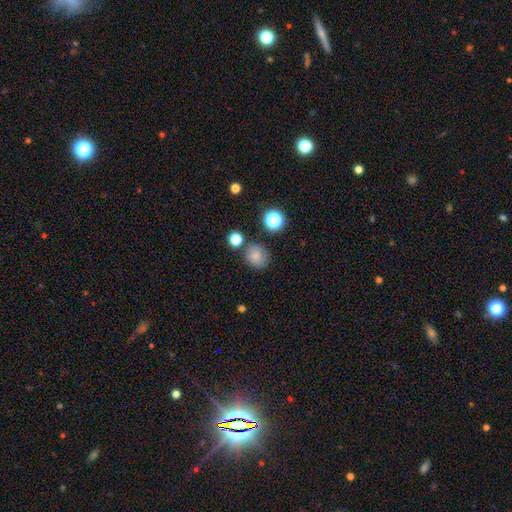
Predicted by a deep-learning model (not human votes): Smooth or featured: smooth — 79% (star or artifact — 14%)
How rounded: round — 76% (in between — 23%)
Merging: none — 76% (minor disturbance — 13%)